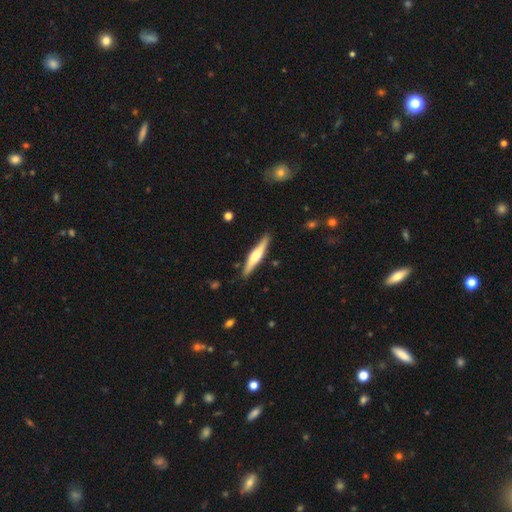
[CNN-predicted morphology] Smooth or featured? featured or disk (59%)
Edge-on disk? yes (96%)
Edge-on bulge? rounded (90%)
Merging? none (88%)